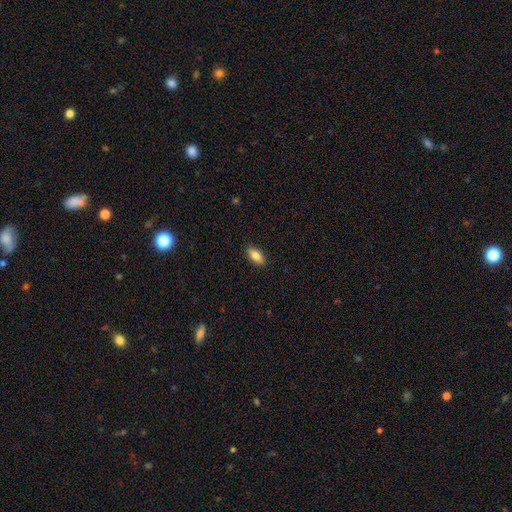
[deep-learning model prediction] Smooth or featured?
  - smooth: 83% *
  - featured or disk: 11%
  - star or artifact: 7%
How rounded?
  - in between: 90% *
  - cigar-shaped: 7%
  - round: 3%
Merging?
  - none: 89% *
  - minor disturbance: 8%
  - major disturbance: 2%
  - merger: 1%